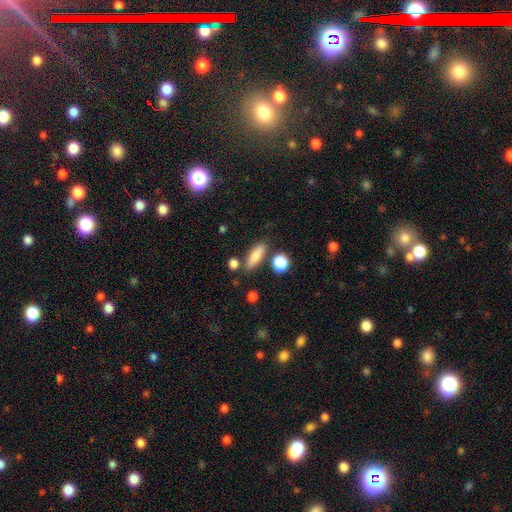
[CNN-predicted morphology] Overall: smooth (78%). How rounded: in between (49%; cigar-shaped 45%). Merging: none (79%).